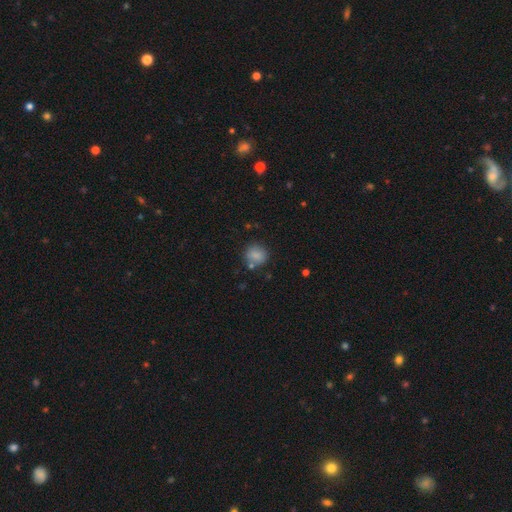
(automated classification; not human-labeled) Smooth or featured?
  - smooth: 82% *
  - star or artifact: 10%
  - featured or disk: 8%
How rounded?
  - round: 79% *
  - in between: 20%
  - cigar-shaped: 1%
Merging?
  - none: 74% *
  - minor disturbance: 13%
  - merger: 8%
  - major disturbance: 4%